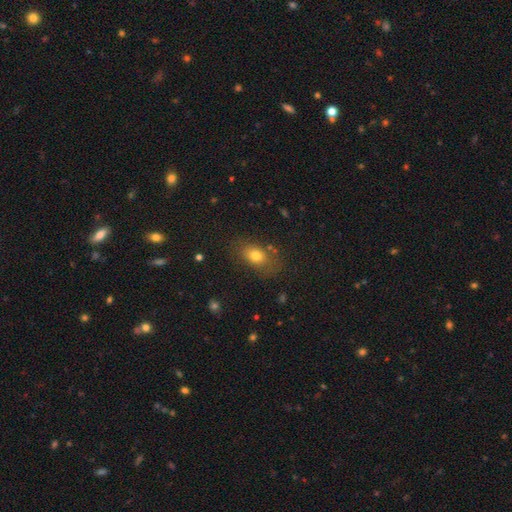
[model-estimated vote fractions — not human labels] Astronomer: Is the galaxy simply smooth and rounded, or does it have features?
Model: smooth — 76%.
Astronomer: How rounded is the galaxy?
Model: in between — 74%.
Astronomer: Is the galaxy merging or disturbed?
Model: none — 72%.